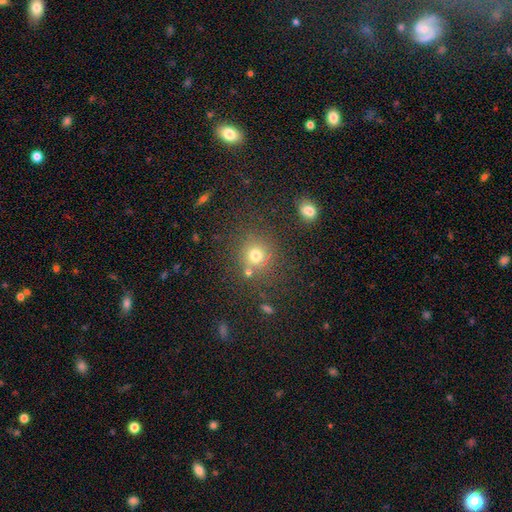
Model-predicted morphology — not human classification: smooth_or_featured: smooth (p=0.72) [alt: star or artifact p=0.19]
how_rounded: round (p=0.88) [alt: in between p=0.11]
merging: none (p=0.74) [alt: minor disturbance p=0.11]